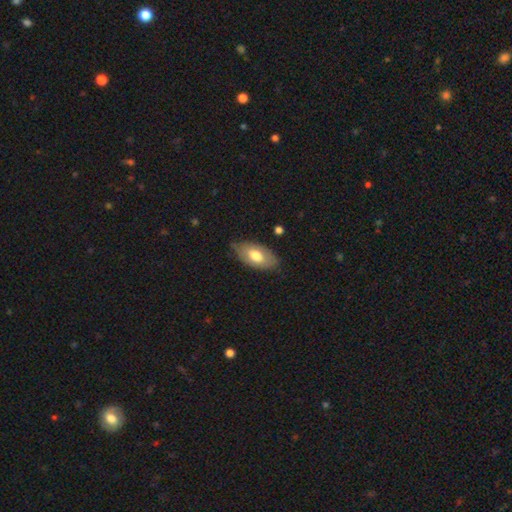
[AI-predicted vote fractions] Smooth or featured: smooth — 66% (featured or disk — 28%)
How rounded: in between — 93% (round — 4%)
Merging: none — 74% (minor disturbance — 21%)